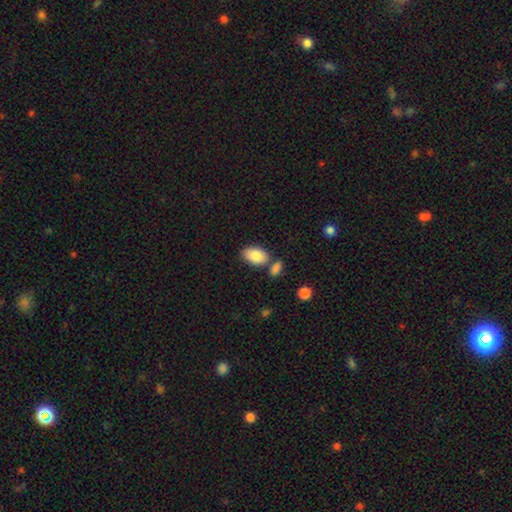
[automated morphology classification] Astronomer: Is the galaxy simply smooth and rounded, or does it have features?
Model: smooth — 86%.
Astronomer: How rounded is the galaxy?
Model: in between — 92%.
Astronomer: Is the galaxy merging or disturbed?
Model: none — 67%.